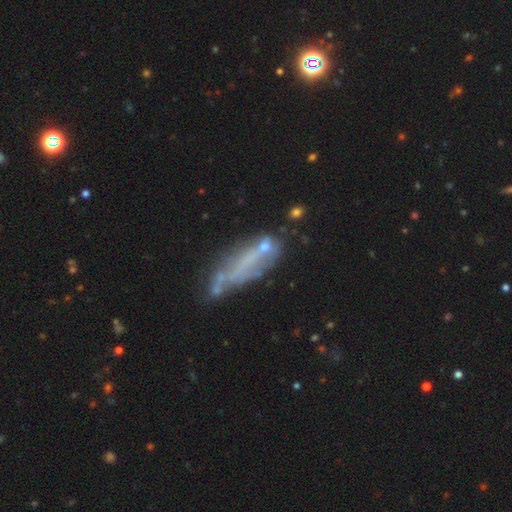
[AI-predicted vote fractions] Smooth or featured? featured or disk (51%)
Edge-on disk? no (71%)
Merging? none (38%)